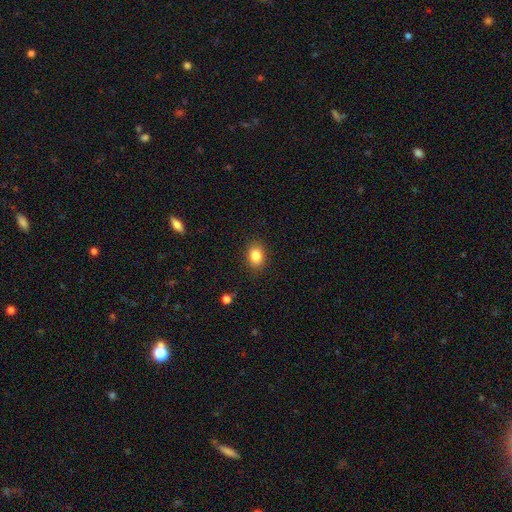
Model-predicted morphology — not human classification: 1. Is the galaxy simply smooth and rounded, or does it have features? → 85% smooth, 10% star or artifact, 6% featured or disk.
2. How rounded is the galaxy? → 62% in between, 37% round, 1% cigar-shaped.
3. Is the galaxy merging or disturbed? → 87% none, 9% minor disturbance, 3% major disturbance, 1% merger.